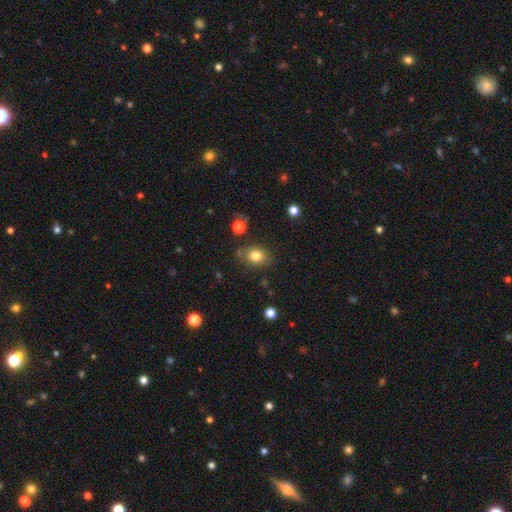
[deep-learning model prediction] A smooth galaxy with no disk features (81%) that is in between round and cigar-shaped (52%). Merging: none (77%).